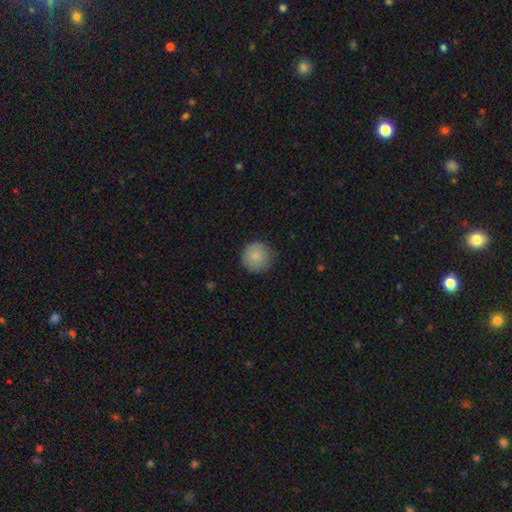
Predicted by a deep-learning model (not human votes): smooth-or-featured: smooth: 86% | featured or disk: 7% | star or artifact: 7%
  how-rounded: round: 95% | in between: 4% | cigar-shaped: 1%
  merging: none: 83% | minor disturbance: 13% | major disturbance: 3% | merger: 1%